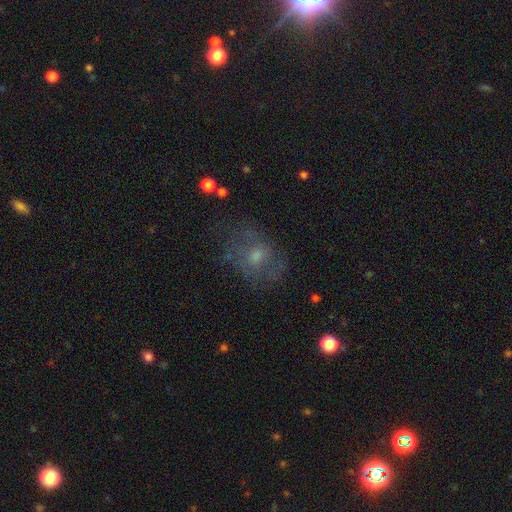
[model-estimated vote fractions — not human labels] Smooth or featured?
  - smooth: 50% *
  - featured or disk: 36%
  - star or artifact: 14%
Merging?
  - none: 54% *
  - major disturbance: 22%
  - minor disturbance: 21%
  - merger: 2%